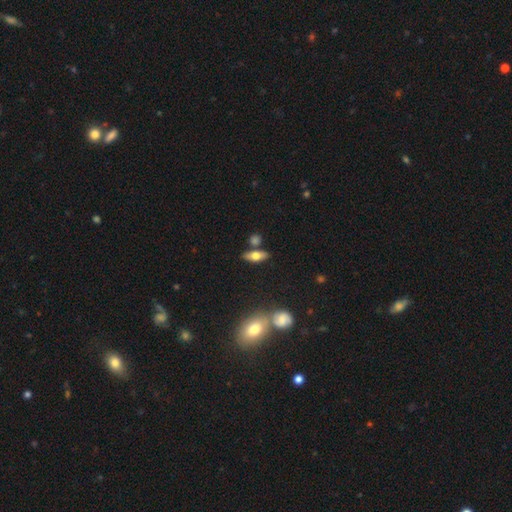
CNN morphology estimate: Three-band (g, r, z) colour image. It shows a smooth galaxy with no disk features (54%) that is in between round and cigar-shaped (68%). Merging: none (74%).